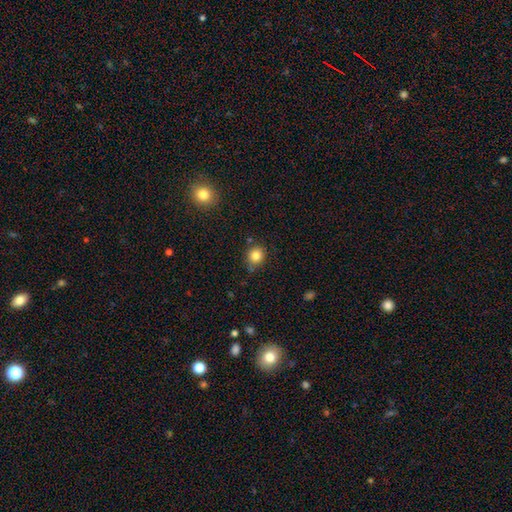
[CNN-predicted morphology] This appears to be a smooth galaxy with no disk features (83%) that is round (82%). Merging: none (75%).